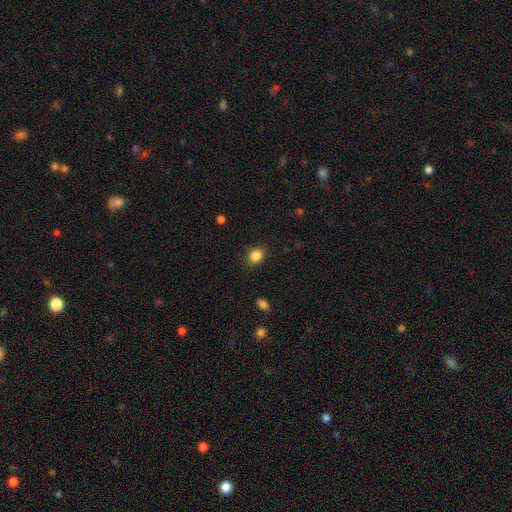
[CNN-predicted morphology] This is clearly a smooth galaxy (86%). How rounded: possibly round (51%). Merging: clearly none (86%).